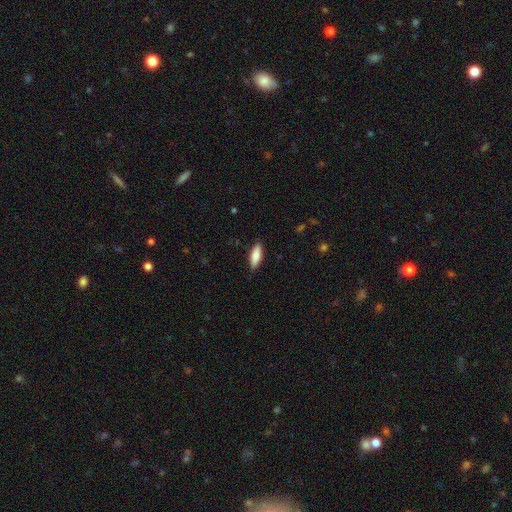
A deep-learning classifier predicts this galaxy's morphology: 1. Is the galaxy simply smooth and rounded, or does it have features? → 80% smooth, 14% featured or disk, 6% star or artifact.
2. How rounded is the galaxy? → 62% in between, 36% cigar-shaped, 2% round.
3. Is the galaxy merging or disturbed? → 86% none, 11% minor disturbance, 2% major disturbance, 1% merger.